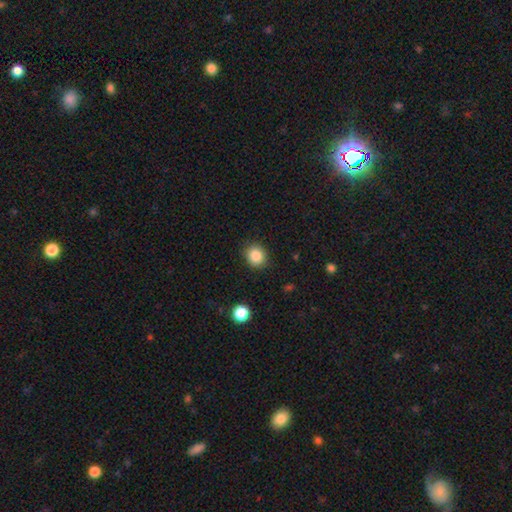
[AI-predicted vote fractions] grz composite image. It shows a smooth galaxy with no disk features (86%) that is round (78%). Merging: none (89%).